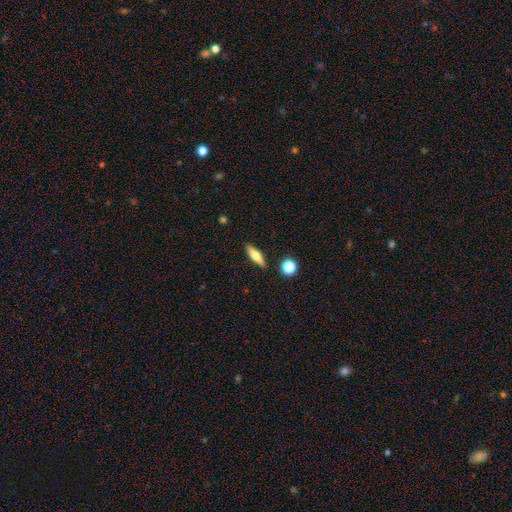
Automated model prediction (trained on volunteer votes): A smooth galaxy with no disk features (63%) that is cigar-shaped (56%).

Vote fractions:
- Smooth or featured? smooth: 63% / featured or disk: 30% / star or artifact: 8%
- How rounded? cigar-shaped: 56% / in between: 40% / round: 4%
- Merging? none: 87% / minor disturbance: 9% / merger: 3% / major disturbance: 2%